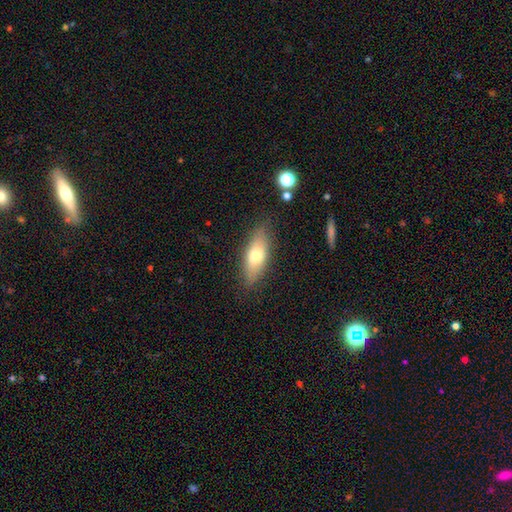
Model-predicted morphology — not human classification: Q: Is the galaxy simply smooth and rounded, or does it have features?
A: smooth — 66%.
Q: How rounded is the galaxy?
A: in between — 66%.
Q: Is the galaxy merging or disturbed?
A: none — 83%.